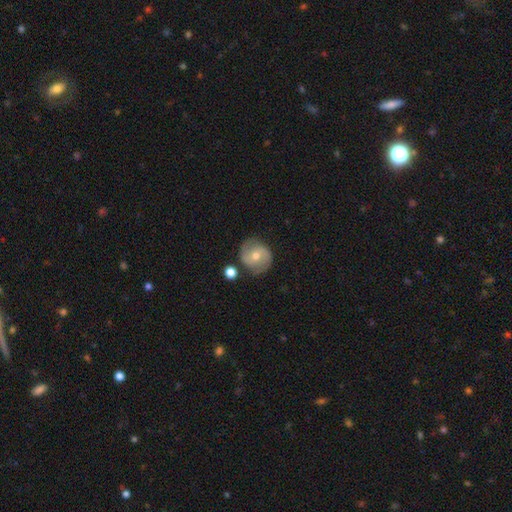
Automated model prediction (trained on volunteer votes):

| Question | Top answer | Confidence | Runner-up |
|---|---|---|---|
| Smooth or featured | featured or disk | 67% | smooth (24%) |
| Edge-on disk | no | 97% | yes (3%) |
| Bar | no | 54% | weak (36%) |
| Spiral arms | yes | 89% | no (11%) |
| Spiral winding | medium | 47% | tight (35%) |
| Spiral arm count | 2 | 84% | can't tell (8%) |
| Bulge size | moderate | 61% | small (35%) |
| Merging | none | 79% | minor disturbance (13%) |